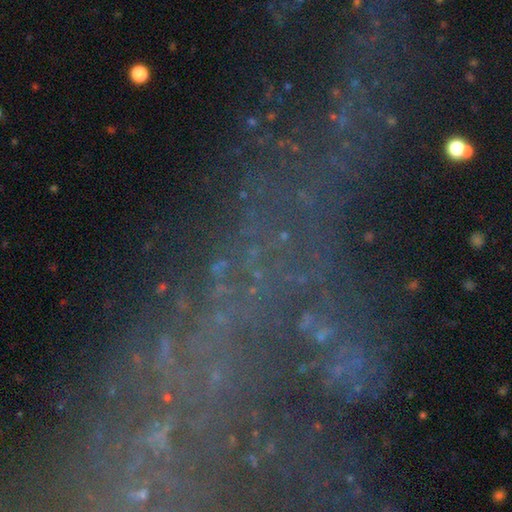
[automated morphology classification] A star or artifact, not a galaxy (52%).

Vote fractions:
- Smooth or featured? star or artifact: 52% / featured or disk: 32% / smooth: 15%